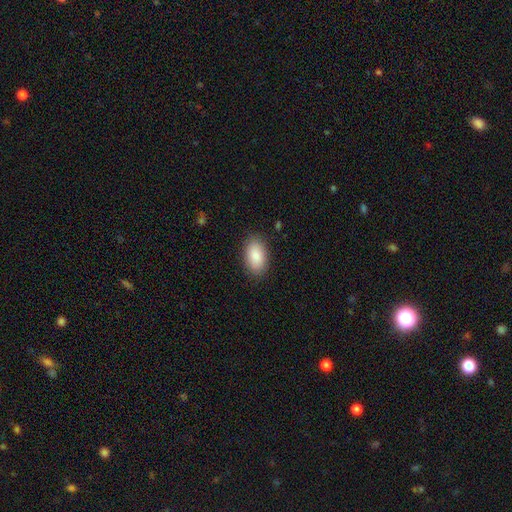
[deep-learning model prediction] This appears to be a smooth galaxy with no disk features (87%) that is in between round and cigar-shaped (93%). Merging: none (87%).